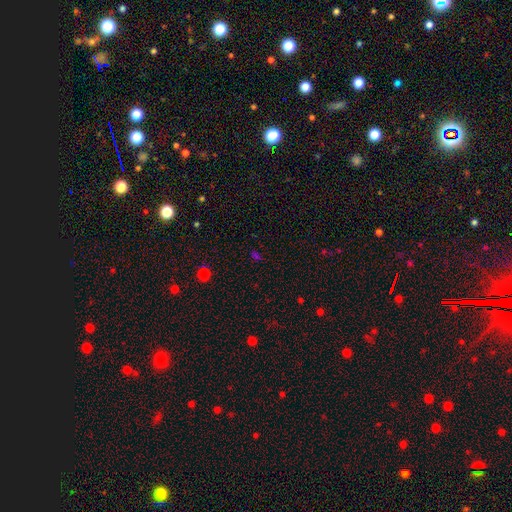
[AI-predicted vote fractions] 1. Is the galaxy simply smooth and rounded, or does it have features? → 54% star or artifact, 39% smooth, 8% featured or disk.